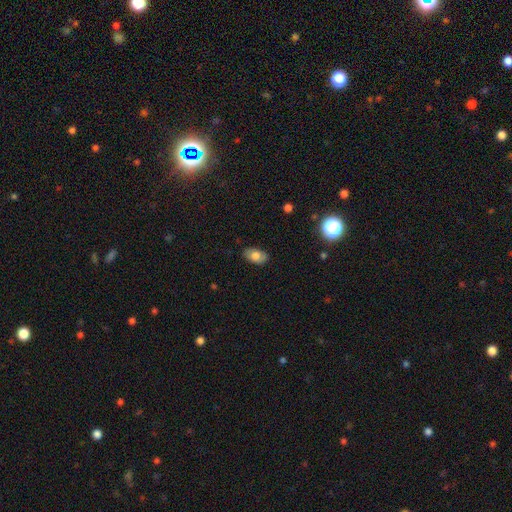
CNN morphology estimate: smooth-or-featured: smooth: 75% | featured or disk: 16% | star or artifact: 9%
  how-rounded: in between: 91% | round: 7% | cigar-shaped: 2%
  merging: none: 80% | minor disturbance: 16% | major disturbance: 3% | merger: 1%